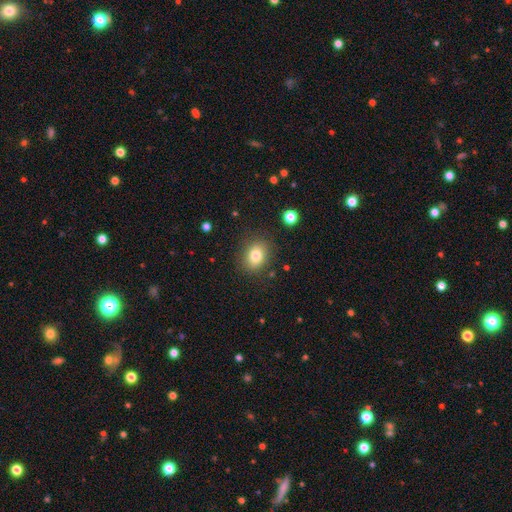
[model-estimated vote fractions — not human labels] Overall: smooth (80%). How rounded: in between (56%; round 43%). Merging: none (84%).